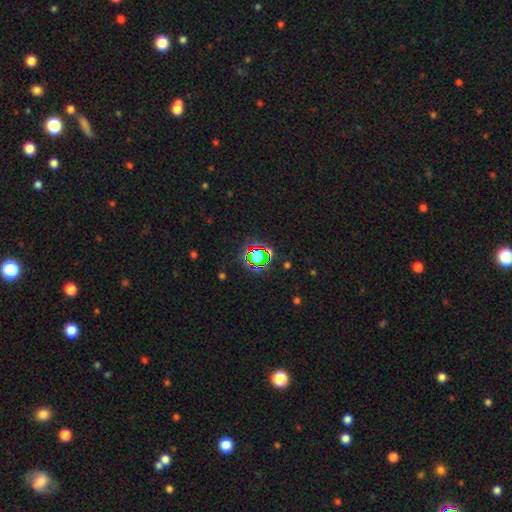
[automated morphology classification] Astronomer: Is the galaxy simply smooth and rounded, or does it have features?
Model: star or artifact — 66%.